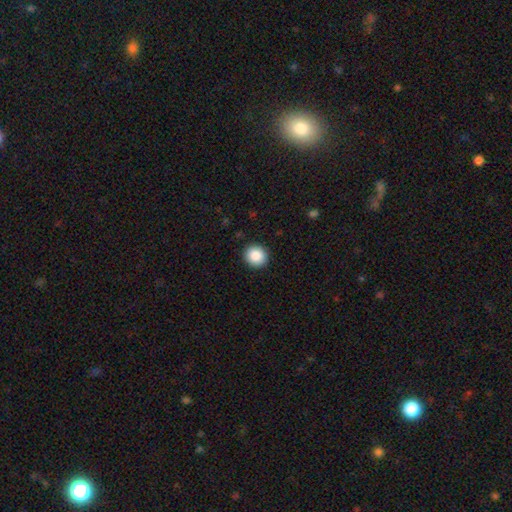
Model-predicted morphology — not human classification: Smooth or featured: smooth — 88% (star or artifact — 8%)
How rounded: round — 87% (in between — 12%)
Merging: none — 92% (minor disturbance — 5%)